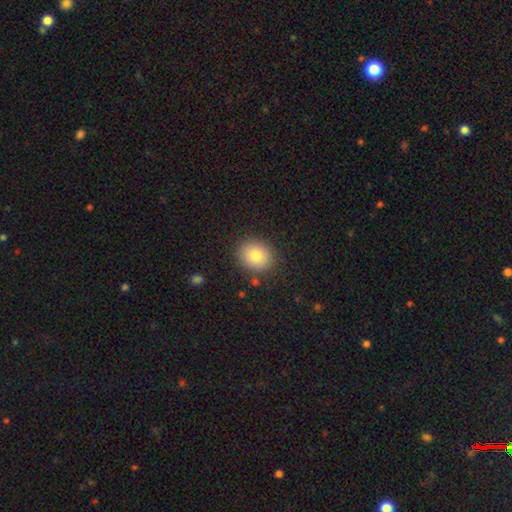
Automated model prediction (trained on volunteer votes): A smooth galaxy with no disk features (81%) that is round (65%). Merging: none (87%).